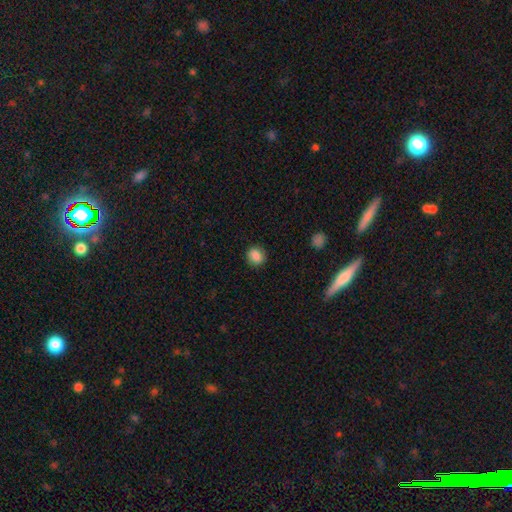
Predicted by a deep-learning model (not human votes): Overall: smooth (86%). How rounded: round (80%). Merging: none (88%).